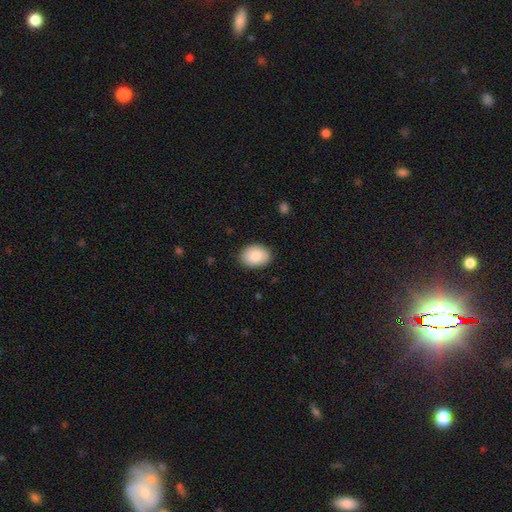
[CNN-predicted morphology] This appears to be a smooth galaxy with no disk features (85%) that is in between round and cigar-shaped (77%). Merging: none (86%).